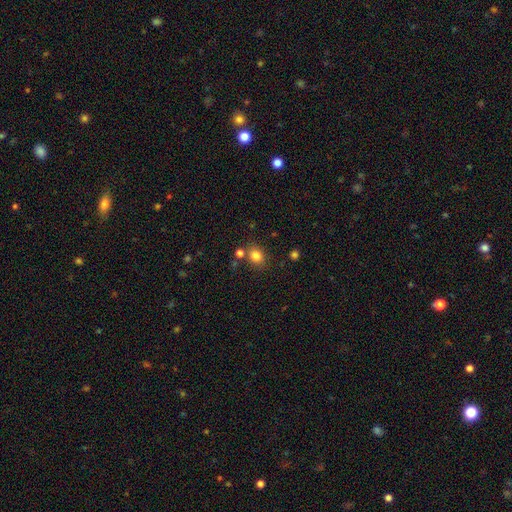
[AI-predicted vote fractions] Morphology: type=smooth (82%); roundness=round (63%); merging=none (74%).